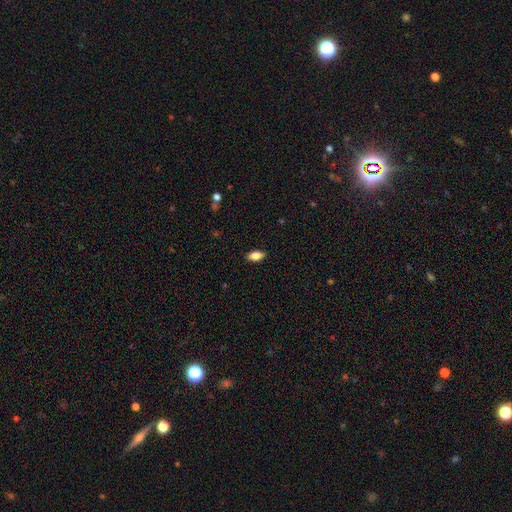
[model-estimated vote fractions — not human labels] Overall: smooth (84%). How rounded: in between (90%). Merging: none (89%).